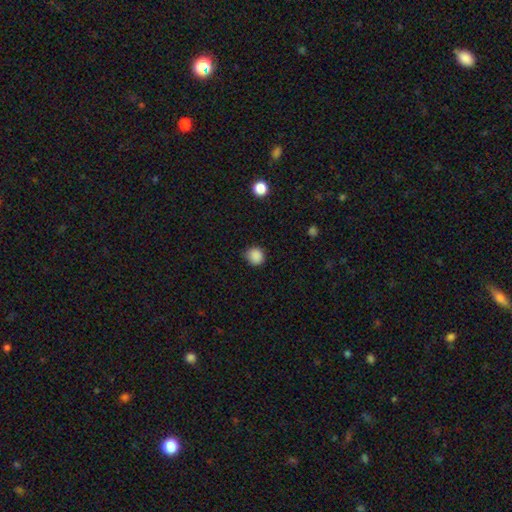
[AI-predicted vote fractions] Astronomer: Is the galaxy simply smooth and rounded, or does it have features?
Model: smooth — 87%.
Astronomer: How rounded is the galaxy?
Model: round — 87%.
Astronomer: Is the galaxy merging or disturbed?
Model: none — 79%.